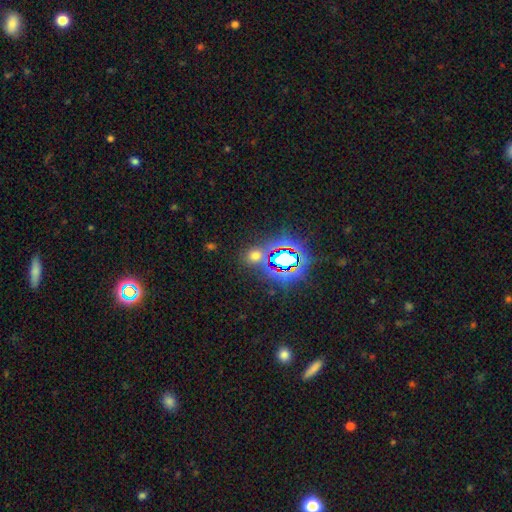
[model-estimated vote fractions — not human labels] A star or artifact, not a galaxy (49%).